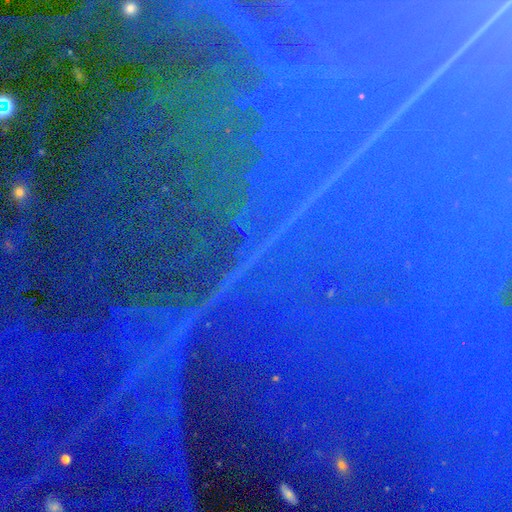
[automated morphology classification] Smooth or featured?
  - star or artifact: 87% *
  - featured or disk: 7%
  - smooth: 6%